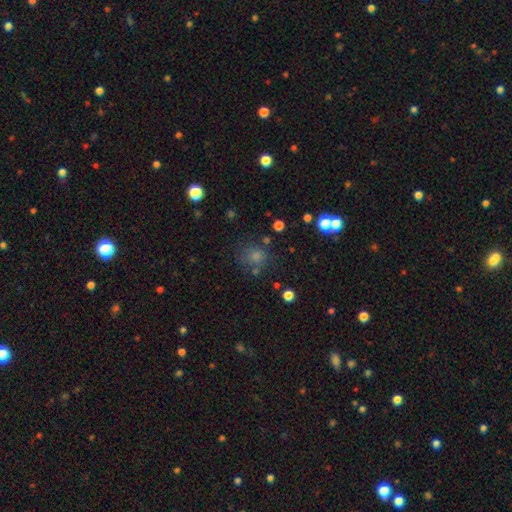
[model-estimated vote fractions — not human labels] smooth 62%, star or artifact 30%, featured or disk 8%. Down the decision tree: how rounded — round (88%); merging — none (78%).